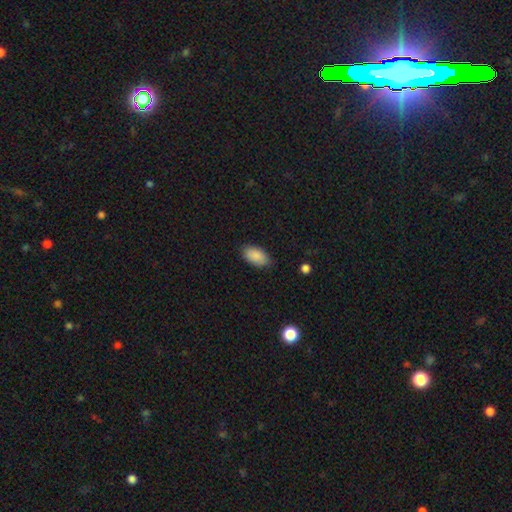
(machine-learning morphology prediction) A smooth galaxy with no disk features (89%) that is in between round and cigar-shaped (94%).

Vote fractions:
- Smooth or featured? smooth: 89% / star or artifact: 7% / featured or disk: 4%
- How rounded? in between: 94% / round: 3% / cigar-shaped: 3%
- Merging? none: 82% / minor disturbance: 14% / major disturbance: 3% / merger: 1%